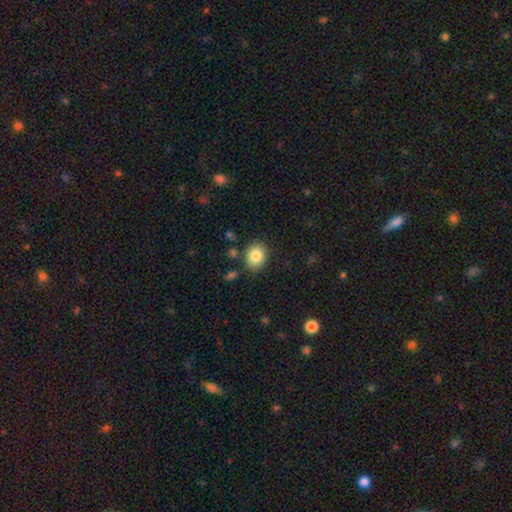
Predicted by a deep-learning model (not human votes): A smooth galaxy with no disk features (84%) that is in between round and cigar-shaped (54%). Merging: none (82%).